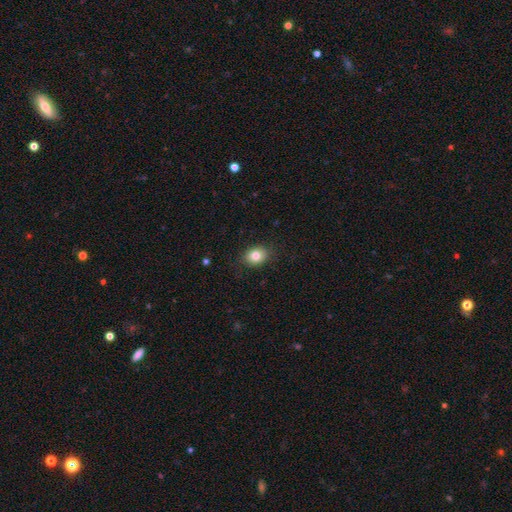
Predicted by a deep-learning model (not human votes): Morphology: type=smooth (81%); roundness=in between (53%); merging=none (85%).